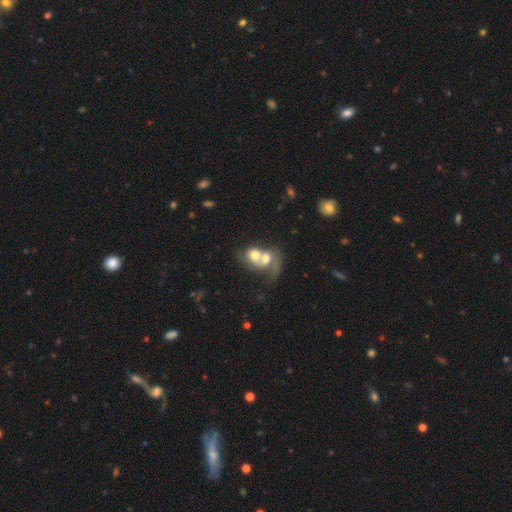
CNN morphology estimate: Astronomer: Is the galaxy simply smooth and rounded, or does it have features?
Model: smooth — 54% (runner-up: featured or disk, 38%).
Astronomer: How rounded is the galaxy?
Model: in between — 50% (runner-up: round, 48%).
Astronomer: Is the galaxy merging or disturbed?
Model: merger — 81%.